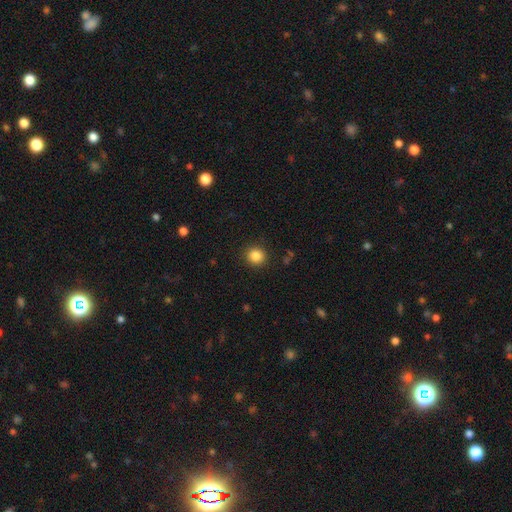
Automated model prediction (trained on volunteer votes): Smooth or featured?
  - smooth: 85% *
  - star or artifact: 11%
  - featured or disk: 4%
How rounded?
  - round: 91% *
  - in between: 8%
  - cigar-shaped: 1%
Merging?
  - none: 91% *
  - minor disturbance: 6%
  - major disturbance: 2%
  - merger: 1%